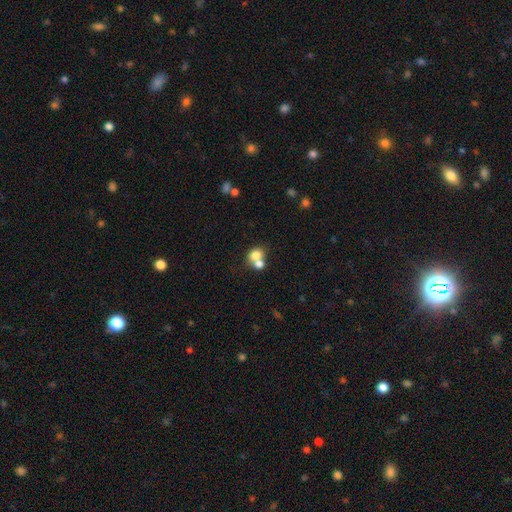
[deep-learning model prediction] smooth_or_featured: smooth (p=0.75) [alt: featured or disk p=0.14]
how_rounded: round (p=0.60) [alt: in between p=0.39]
merging: merger (p=0.58) [alt: none p=0.32]